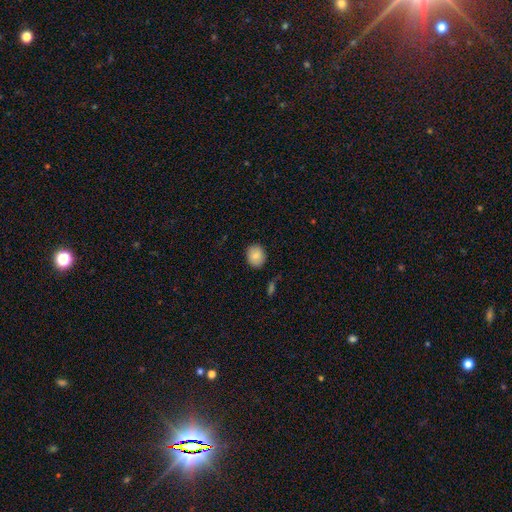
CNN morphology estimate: smooth-or-featured: smooth: 84% | featured or disk: 8% | star or artifact: 8%
  how-rounded: round: 65% | in between: 34% | cigar-shaped: 1%
  merging: none: 86% | minor disturbance: 10% | major disturbance: 2% | merger: 1%